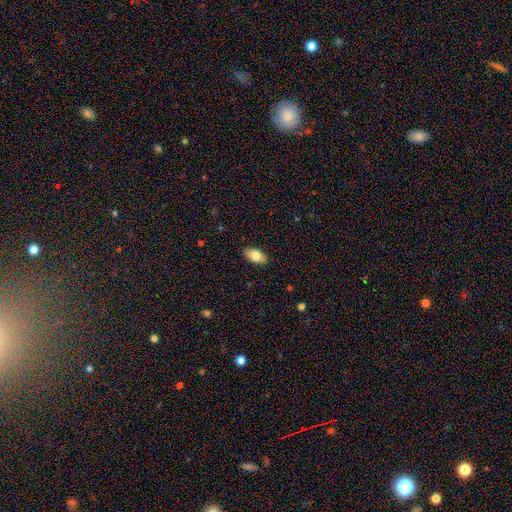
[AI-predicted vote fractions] Smooth or featured? smooth (77%)
How rounded? in between (91%)
Merging? none (87%)